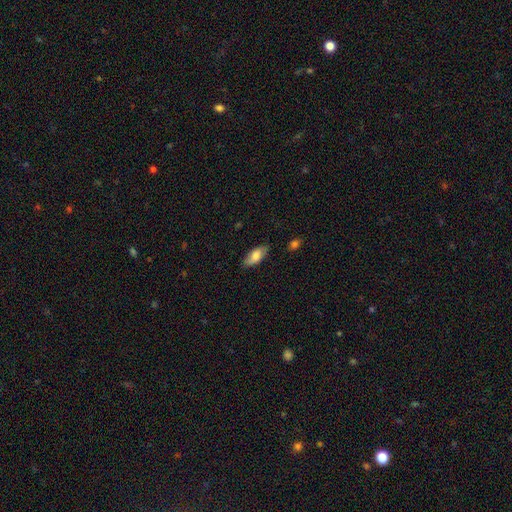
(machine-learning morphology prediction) Overall: smooth (76%). How rounded: in between (86%). Merging: none (82%).